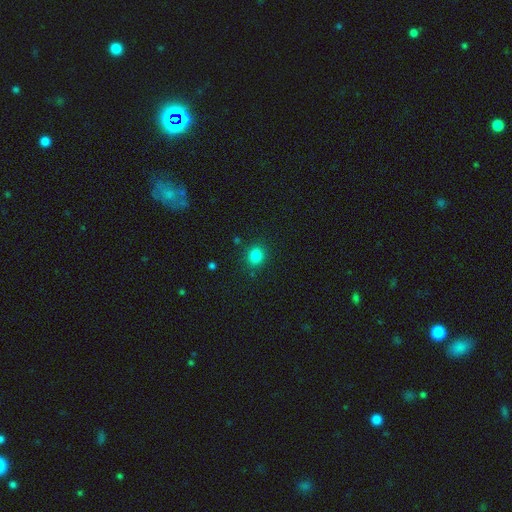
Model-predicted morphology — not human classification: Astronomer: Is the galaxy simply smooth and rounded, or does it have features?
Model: smooth — 82%.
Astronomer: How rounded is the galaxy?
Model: round — 75%.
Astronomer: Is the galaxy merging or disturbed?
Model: none — 86%.